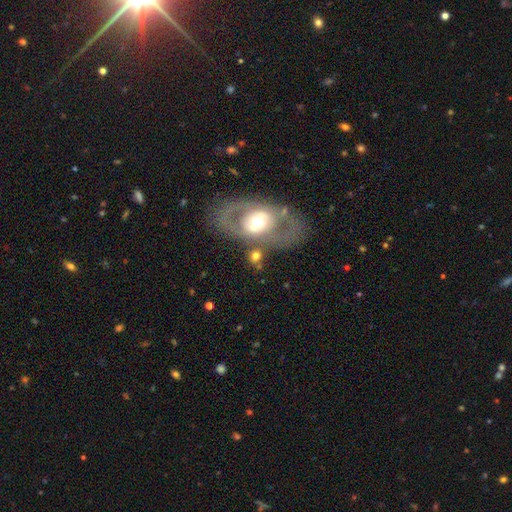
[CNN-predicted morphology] A featured or disk galaxy (55%). Merging: none (64%).